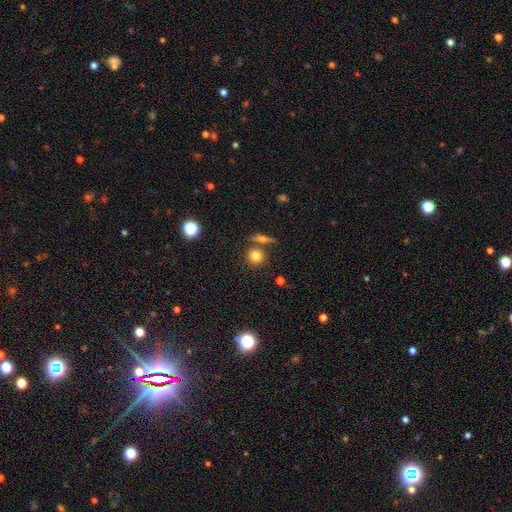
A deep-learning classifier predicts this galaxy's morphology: The model was most divided on "merging": none: 71%, merger: 16%, minor disturbance: 9%, major disturbance: 3%. More confident: how rounded — round (86%); smooth or featured — smooth (79%).